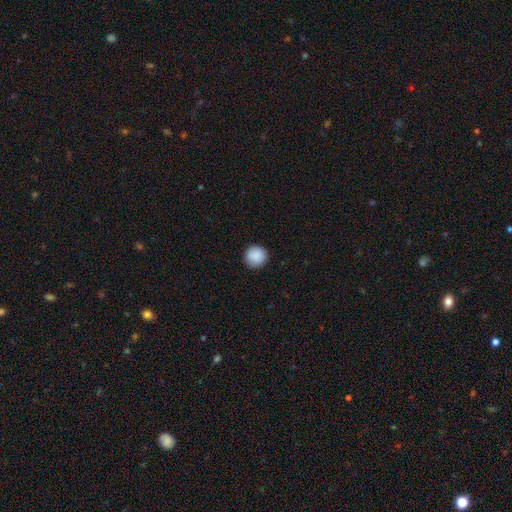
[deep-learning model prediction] Smooth or featured? Predicted: smooth (p=0.90). How rounded? Predicted: round (p=0.95). Merging? Predicted: none (p=0.91).